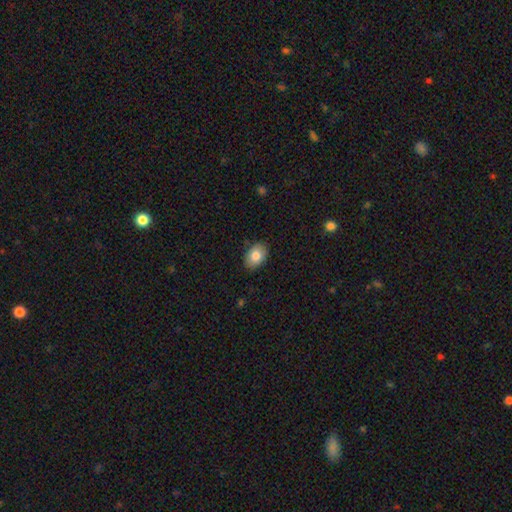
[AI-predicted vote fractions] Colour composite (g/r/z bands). It shows a smooth galaxy with no disk features (82%) that is in between round and cigar-shaped (81%). Merging: none (86%).